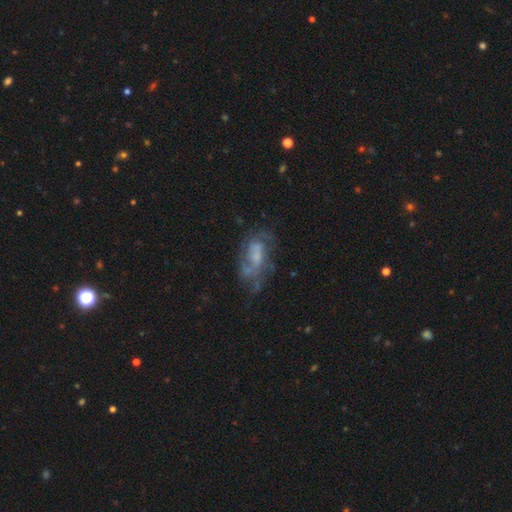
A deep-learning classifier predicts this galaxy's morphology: Smooth or featured: featured or disk — 67% (smooth — 22%)
Edge-on disk: no — 95% (yes — 5%)
Bar: no — 60% (weak — 33%)
Spiral arms: yes — 69% (no — 31%)
Bulge size: small — 34% (none — 29%)
Merging: none — 46% (major disturbance — 24%)